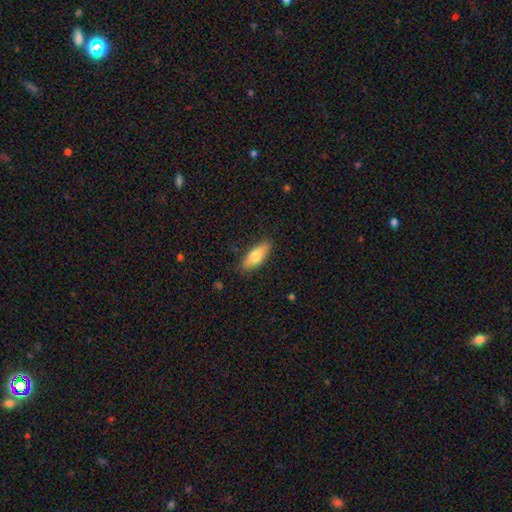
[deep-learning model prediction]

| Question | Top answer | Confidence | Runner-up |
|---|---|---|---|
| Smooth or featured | smooth | 77% | featured or disk (17%) |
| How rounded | in between | 70% | cigar-shaped (27%) |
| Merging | none | 85% | minor disturbance (12%) |